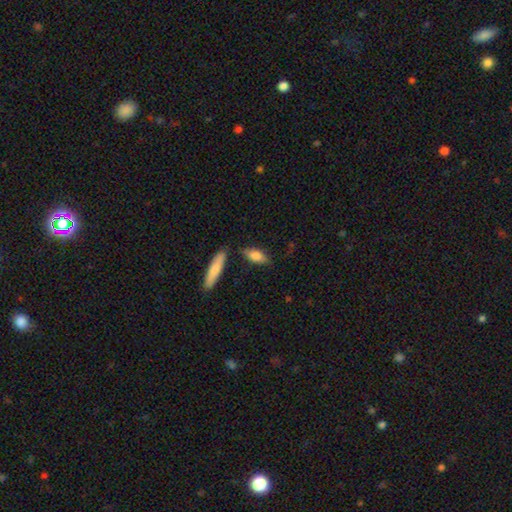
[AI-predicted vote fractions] This appears to be a smooth galaxy with no disk features (74%) that is in between round and cigar-shaped (62%). Merging: none (73%).